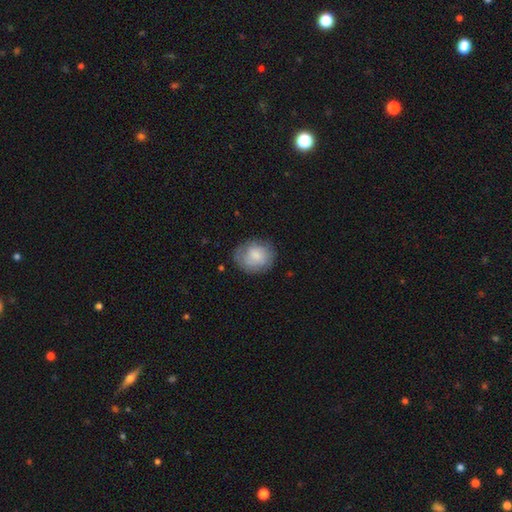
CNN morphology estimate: smooth_or_featured: smooth (p=0.66) [alt: featured or disk p=0.27]
how_rounded: round (p=0.73) [alt: in between p=0.26]
merging: none (p=0.71) [alt: minor disturbance p=0.20]